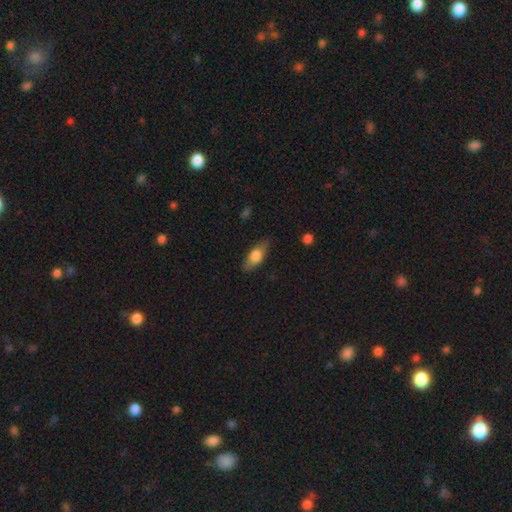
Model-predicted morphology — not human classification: This is likely a smooth galaxy (70%). How rounded: likely in between (76%). Merging: likely none (80%).